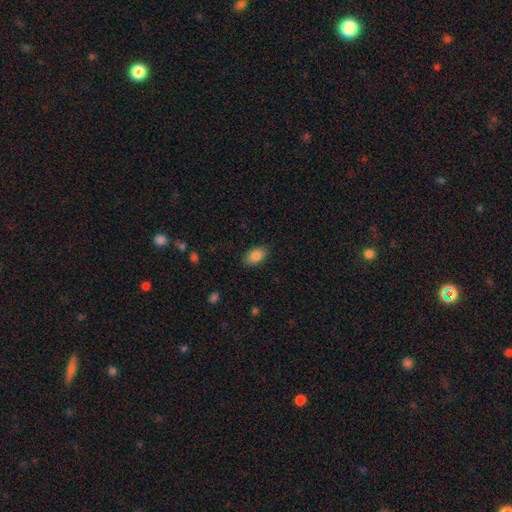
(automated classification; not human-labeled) A smooth galaxy with no disk features (87%) that is in between round and cigar-shaped (91%).

Vote fractions:
- Smooth or featured? smooth: 87% / star or artifact: 7% / featured or disk: 6%
- How rounded? in between: 91% / round: 8% / cigar-shaped: 1%
- Merging? none: 86% / minor disturbance: 10% / major disturbance: 3% / merger: 1%